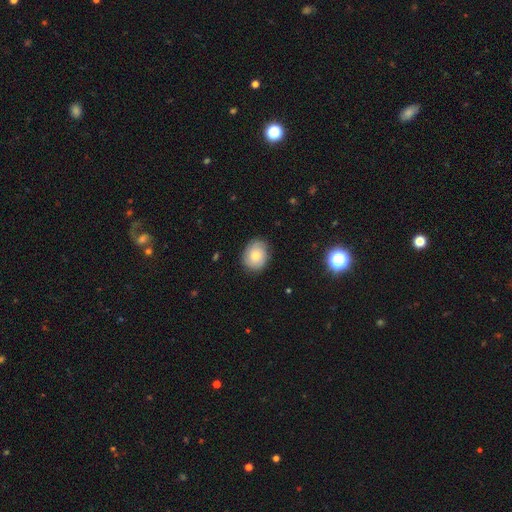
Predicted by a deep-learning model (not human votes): Smooth or featured? smooth (59%)
How rounded? round (55%)
Merging? none (82%)